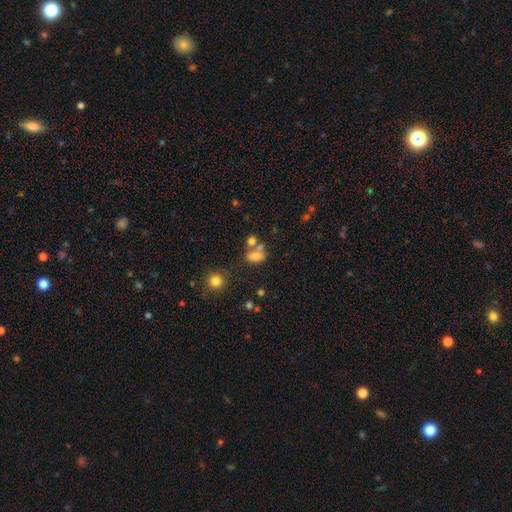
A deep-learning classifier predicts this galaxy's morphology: A smooth galaxy with no disk features (68%) that is in between round and cigar-shaped (76%). Merging: none (42%).